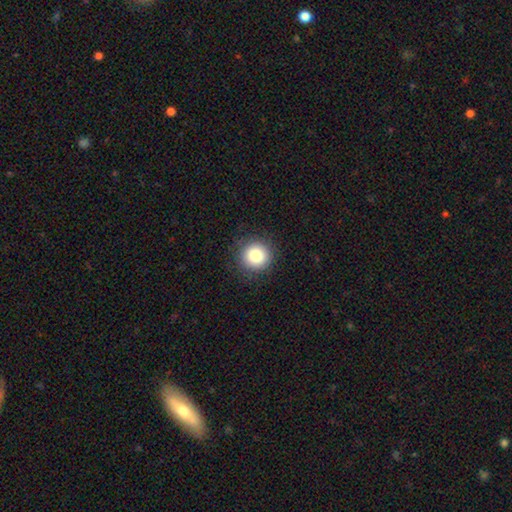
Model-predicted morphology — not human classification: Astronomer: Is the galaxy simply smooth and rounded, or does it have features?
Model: smooth — 86%.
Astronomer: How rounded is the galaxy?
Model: round — 94%.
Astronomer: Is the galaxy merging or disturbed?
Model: none — 90%.